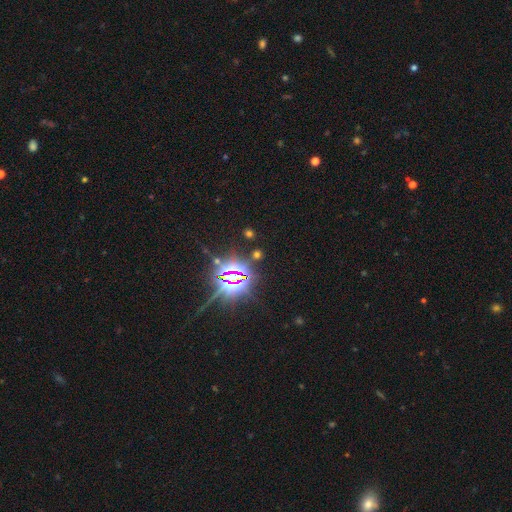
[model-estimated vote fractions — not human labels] Smooth or featured: star or artifact — 83% (smooth — 9%)